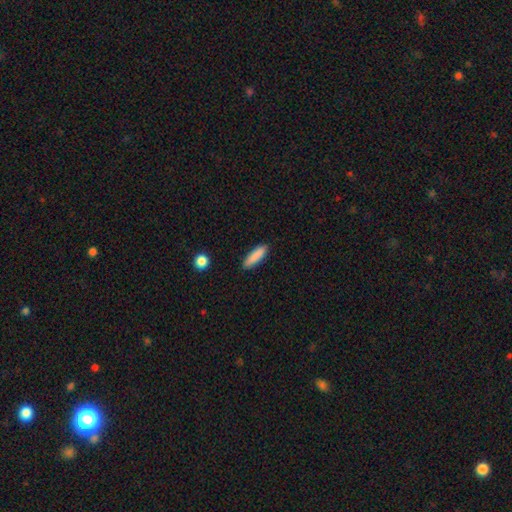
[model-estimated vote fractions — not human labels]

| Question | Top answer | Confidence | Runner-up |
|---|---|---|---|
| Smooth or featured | smooth | 88% | star or artifact (6%) |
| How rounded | cigar-shaped | 69% | in between (29%) |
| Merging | none | 88% | minor disturbance (9%) |